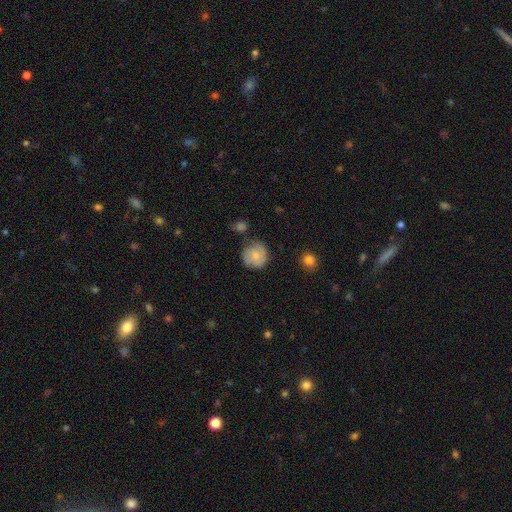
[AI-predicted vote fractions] Smooth or featured? smooth (65%)
How rounded? round (90%)
Merging? none (69%)